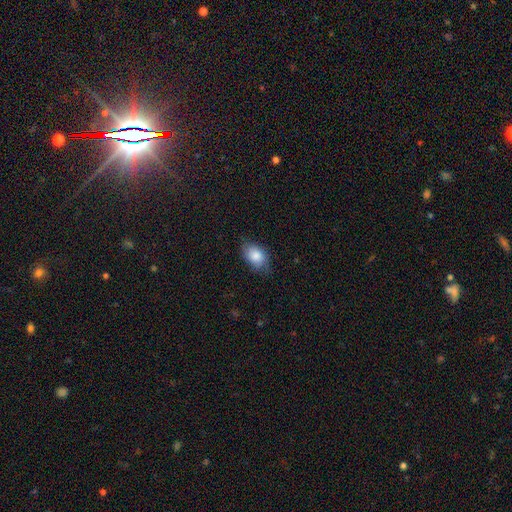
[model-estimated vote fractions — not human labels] This is clearly a smooth galaxy (81%). How rounded: clearly in between (85%). Merging: likely none (66%).